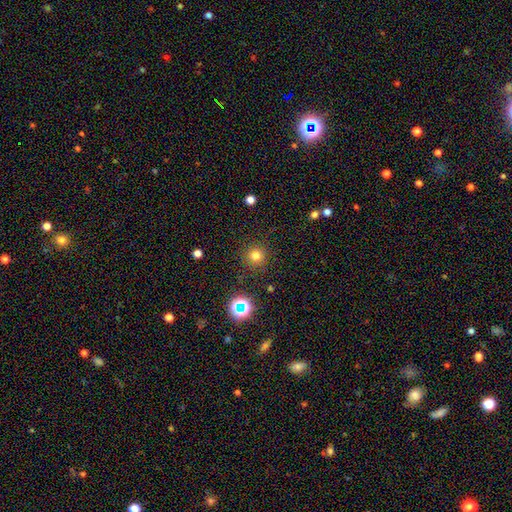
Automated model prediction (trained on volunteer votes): smooth-or-featured: smooth: 75% | star or artifact: 19% | featured or disk: 6%
  how-rounded: round: 96% | in between: 3% | cigar-shaped: 1%
  merging: none: 89% | minor disturbance: 6% | major disturbance: 3% | merger: 2%